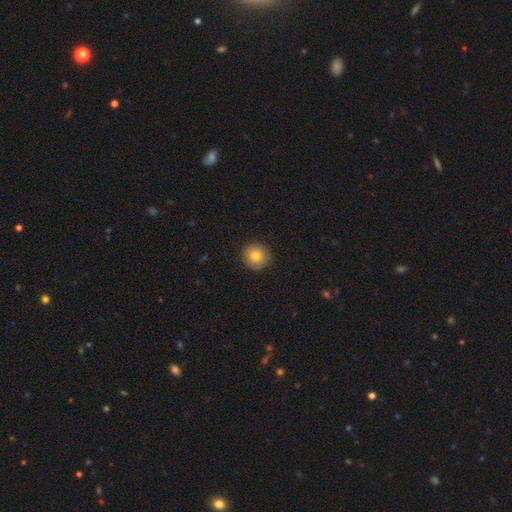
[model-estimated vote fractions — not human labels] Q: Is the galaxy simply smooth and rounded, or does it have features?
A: smooth — 81%.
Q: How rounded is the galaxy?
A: round — 93%.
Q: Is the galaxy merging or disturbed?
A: none — 89%.